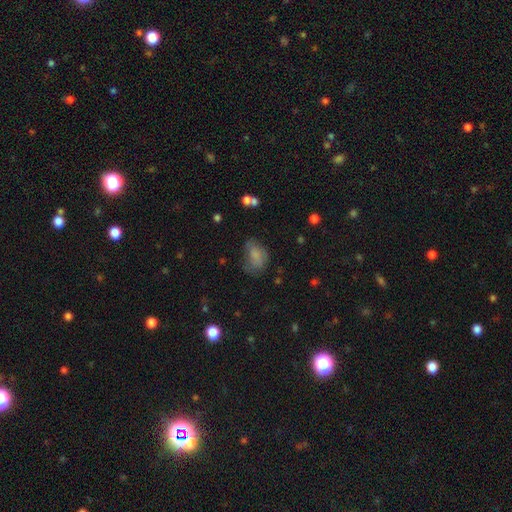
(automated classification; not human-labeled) Smooth or featured? Predicted: smooth (p=0.72). How rounded? Predicted: in between (p=0.82). Merging? Predicted: none (p=0.44).